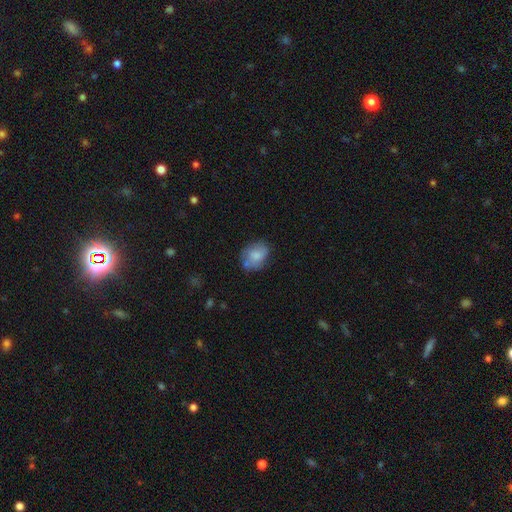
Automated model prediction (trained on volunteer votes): Smooth or featured?
  - smooth: 72% *
  - featured or disk: 21%
  - star or artifact: 8%
How rounded?
  - in between: 61% *
  - round: 38%
  - cigar-shaped: 1%
Merging?
  - none: 54% *
  - minor disturbance: 27%
  - merger: 10%
  - major disturbance: 10%